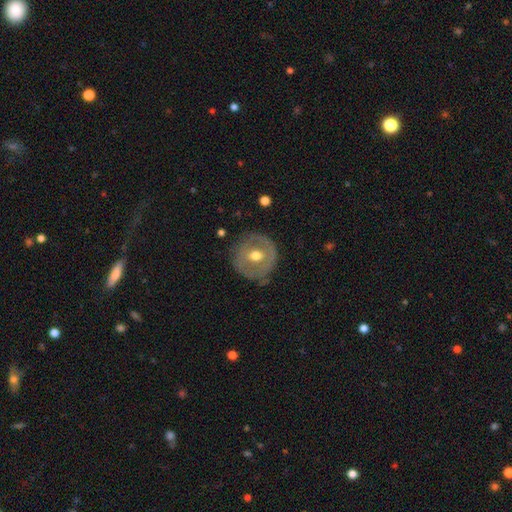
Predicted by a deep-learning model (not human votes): Smooth or featured? Predicted: featured or disk (p=0.52). Edge-on disk? Predicted: no (p=0.94). Merging? Predicted: none (p=0.76).